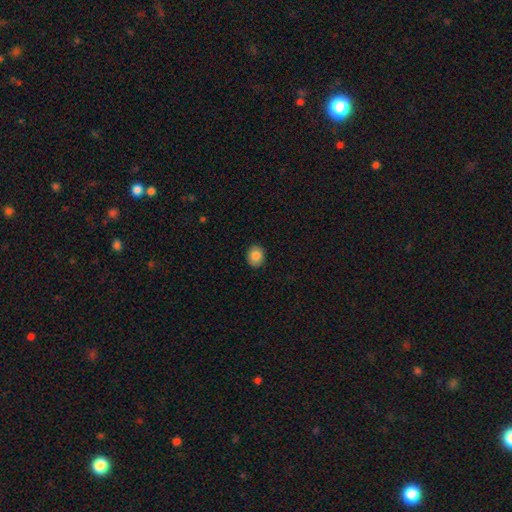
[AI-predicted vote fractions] smooth_or_featured: smooth (p=0.84) [alt: star or artifact p=0.08]
how_rounded: round (p=0.63) [alt: in between p=0.36]
merging: none (p=0.88) [alt: minor disturbance p=0.09]